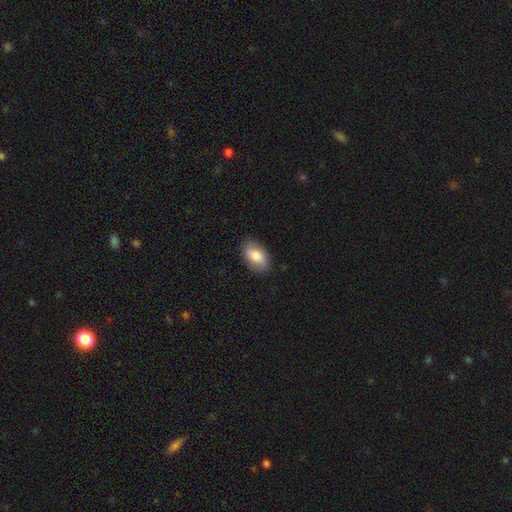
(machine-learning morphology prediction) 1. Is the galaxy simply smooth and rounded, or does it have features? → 82% smooth, 12% featured or disk, 6% star or artifact.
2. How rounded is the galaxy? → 93% in between, 5% round, 2% cigar-shaped.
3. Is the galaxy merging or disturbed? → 85% none, 11% minor disturbance, 3% major disturbance, 1% merger.